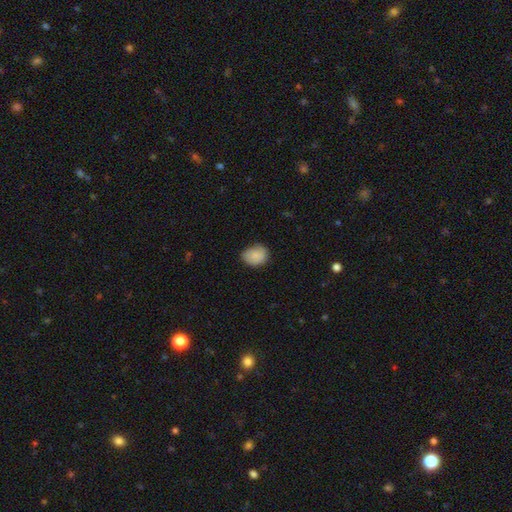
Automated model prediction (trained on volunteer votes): This appears to be a smooth galaxy with no disk features (87%) that is in between round and cigar-shaped (51%). Merging: none (70%).